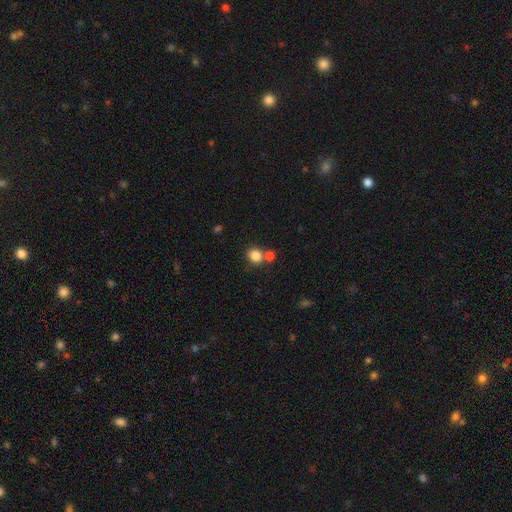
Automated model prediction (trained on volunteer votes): smooth_or_featured: smooth (p=0.83) [alt: star or artifact p=0.11]
how_rounded: round (p=0.68) [alt: in between p=0.31]
merging: none (p=0.61) [alt: merger p=0.26]